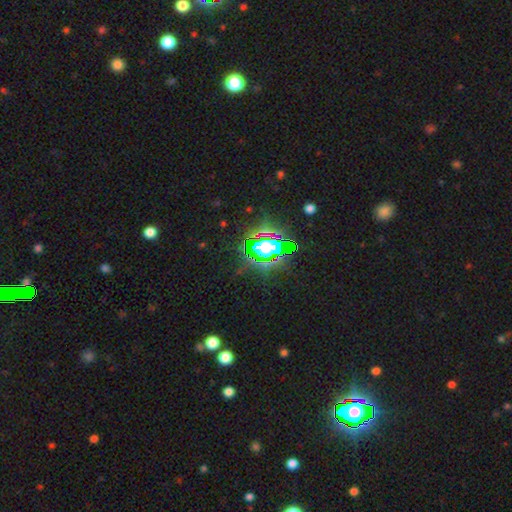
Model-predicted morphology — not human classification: smooth-or-featured: star or artifact: 81% | smooth: 12% | featured or disk: 7%